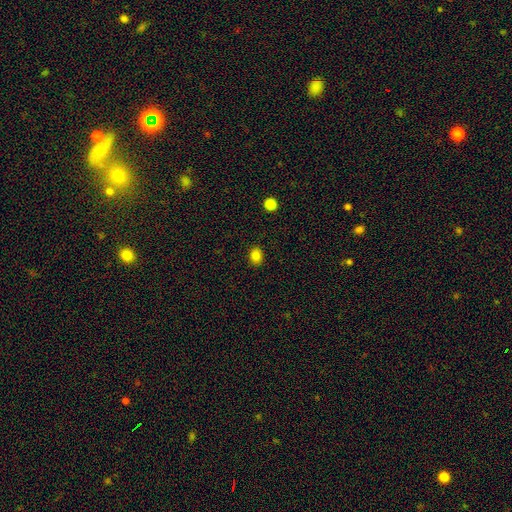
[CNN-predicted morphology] Smooth or featured? Predicted: smooth (p=0.83). How rounded? Predicted: in between (p=0.57). Merging? Predicted: none (p=0.88).